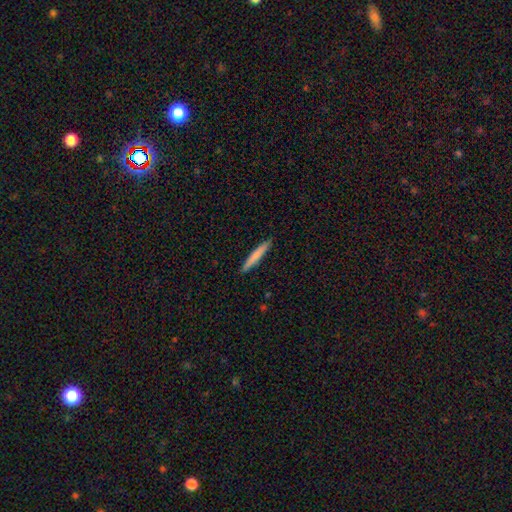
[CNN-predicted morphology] Smooth or featured?
  - smooth: 73% *
  - featured or disk: 22%
  - star or artifact: 5%
How rounded?
  - cigar-shaped: 96% *
  - in between: 3%
  - round: 1%
Merging?
  - none: 91% *
  - minor disturbance: 7%
  - major disturbance: 1%
  - merger: 1%